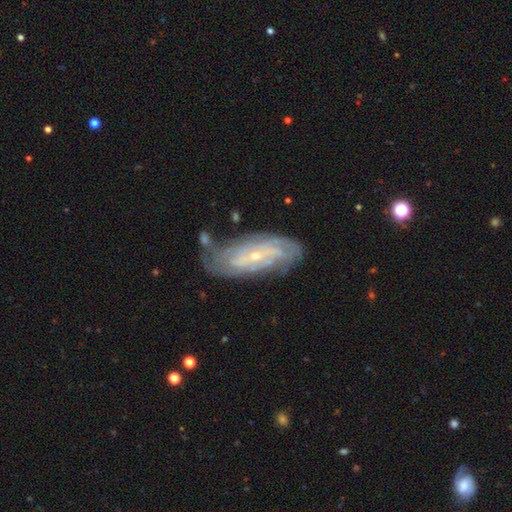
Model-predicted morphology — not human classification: This appears to be a featured or disk galaxy (80%) with no bar (58%), tight (65%) spiral arms (91%) and a small central bulge (81%). Merging: none (68%).